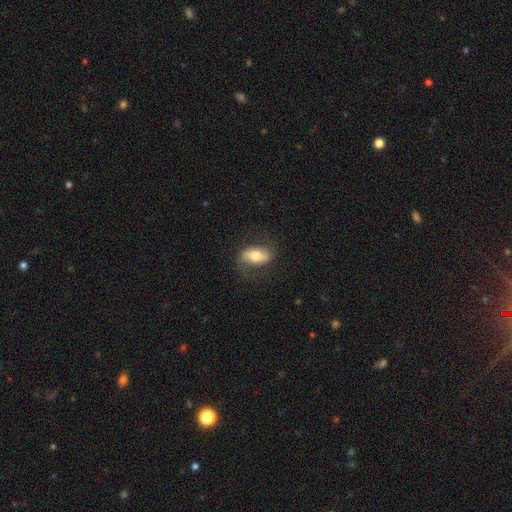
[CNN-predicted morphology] Q: Smooth or featured?
A: smooth (47%); runner-up: featured or disk (46%)
Q: Merging?
A: none (72%); runner-up: minor disturbance (18%)